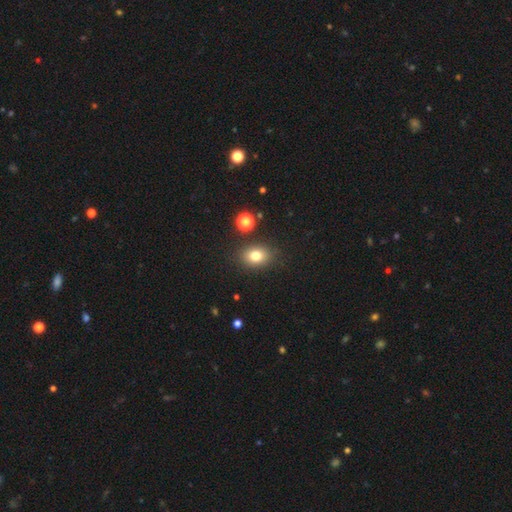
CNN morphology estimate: smooth_or_featured: smooth (p=0.78) [alt: star or artifact p=0.12]
how_rounded: in between (p=0.65) [alt: round p=0.34]
merging: none (p=0.84) [alt: minor disturbance p=0.10]